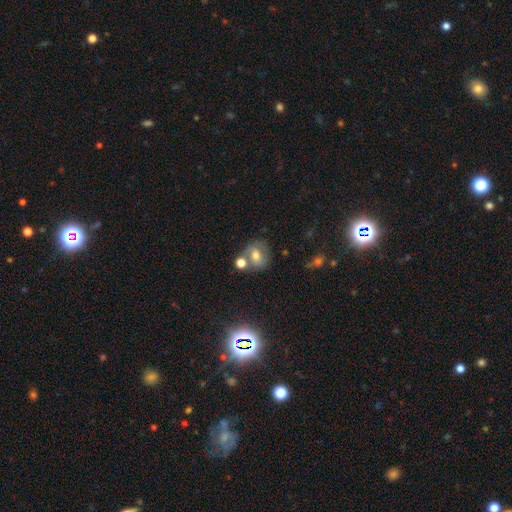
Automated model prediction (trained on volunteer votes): This is possibly a smooth galaxy (59%). How rounded: likely round (65%). Merging: possibly none (53%).